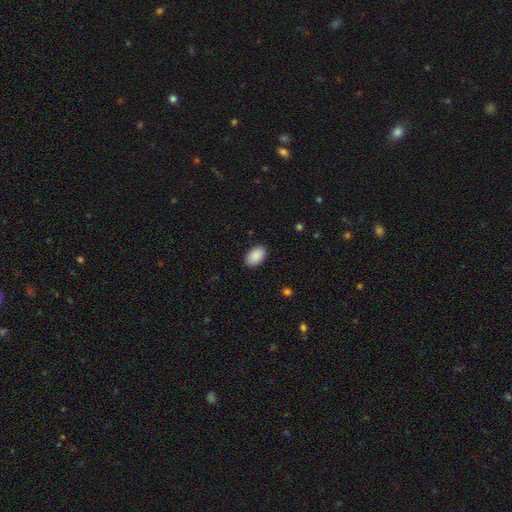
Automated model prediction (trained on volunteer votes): smooth_or_featured: smooth (p=0.91) [alt: star or artifact p=0.06]
how_rounded: in between (p=0.93) [alt: round p=0.06]
merging: none (p=0.89) [alt: minor disturbance p=0.08]